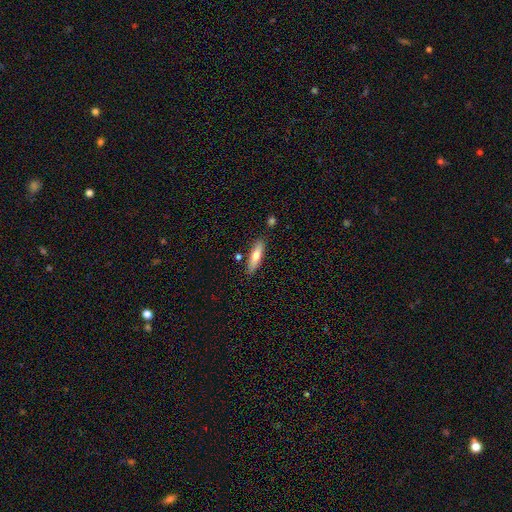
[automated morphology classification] This appears to be a smooth galaxy with no disk features (69%) that is cigar-shaped (63%). Merging: none (82%).